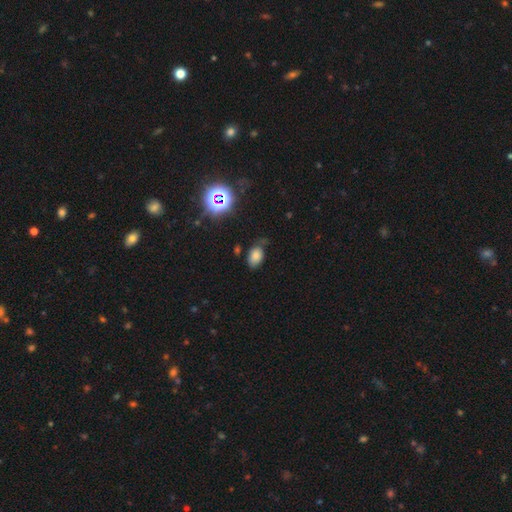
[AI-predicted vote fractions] Smooth or featured? Predicted: smooth (p=0.75). How rounded? Predicted: in between (p=0.86). Merging? Predicted: none (p=0.57).